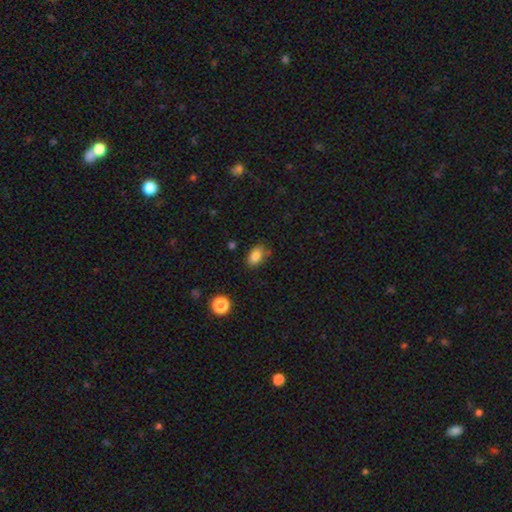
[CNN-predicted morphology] The model was most divided on "merging": none: 71%, minor disturbance: 20%, merger: 5%, major disturbance: 4%. More confident: how rounded — in between (86%); smooth or featured — smooth (84%).